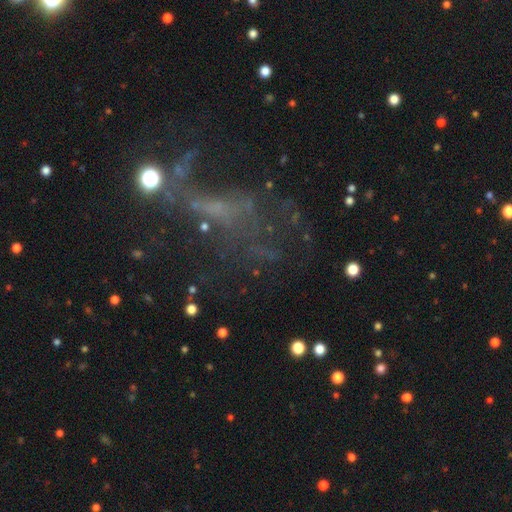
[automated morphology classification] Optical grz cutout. It shows a star or artifact, not a galaxy (45%).